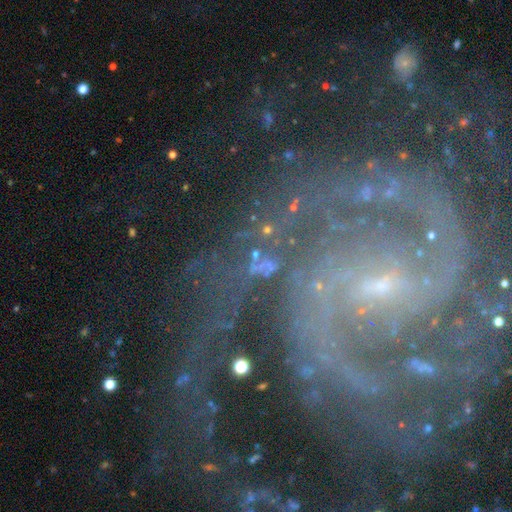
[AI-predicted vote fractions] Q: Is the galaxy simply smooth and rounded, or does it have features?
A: featured or disk — 71%.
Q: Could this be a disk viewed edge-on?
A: no — 95%.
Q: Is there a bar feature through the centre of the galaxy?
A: no — 38%, tied with weak.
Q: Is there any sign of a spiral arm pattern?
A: yes — 85%.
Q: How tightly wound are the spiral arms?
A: tight — 47%.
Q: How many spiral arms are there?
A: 2 — 32%.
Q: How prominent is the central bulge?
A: small — 66%.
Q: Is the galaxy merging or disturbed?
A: none — 58%.